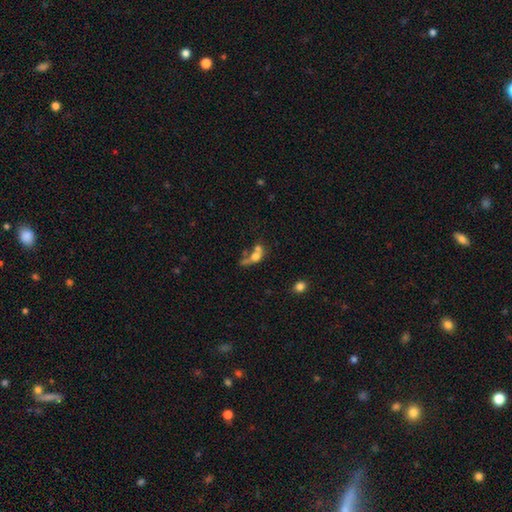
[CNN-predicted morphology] A smooth galaxy with no disk features (58%) that is in between round and cigar-shaped (52%).

Vote fractions:
- Smooth or featured? smooth: 58% / featured or disk: 29% / star or artifact: 14%
- How rounded? in between: 52% / round: 36% / cigar-shaped: 12%
- Merging? merger: 55% / none: 22% / major disturbance: 14% / minor disturbance: 10%